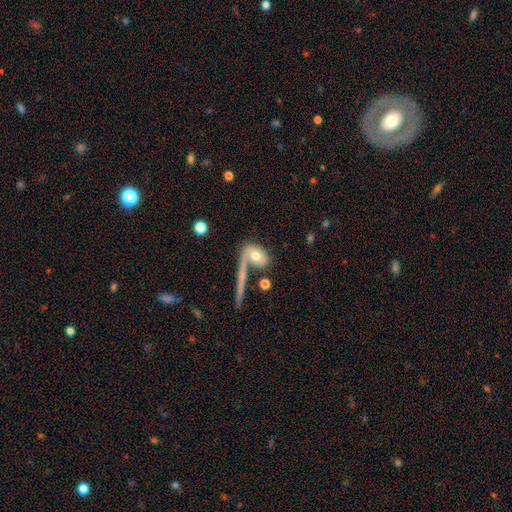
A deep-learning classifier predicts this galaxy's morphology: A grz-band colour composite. It shows a smooth galaxy with no disk features (56%) that is in between round and cigar-shaped (67%). Merging: none (40%).